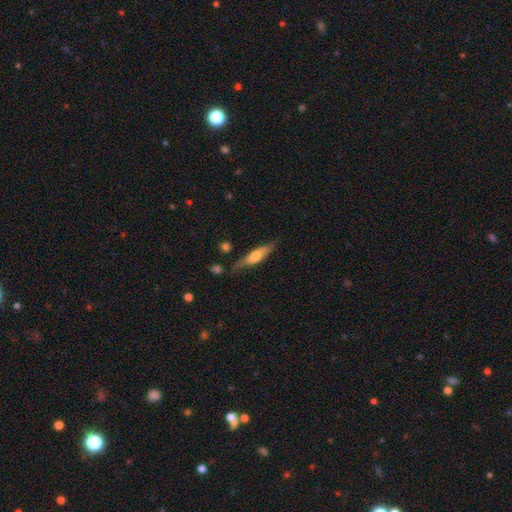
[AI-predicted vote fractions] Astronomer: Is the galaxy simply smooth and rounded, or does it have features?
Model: smooth — 48% (runner-up: featured or disk, 46%).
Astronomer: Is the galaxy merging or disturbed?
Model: none — 71%.